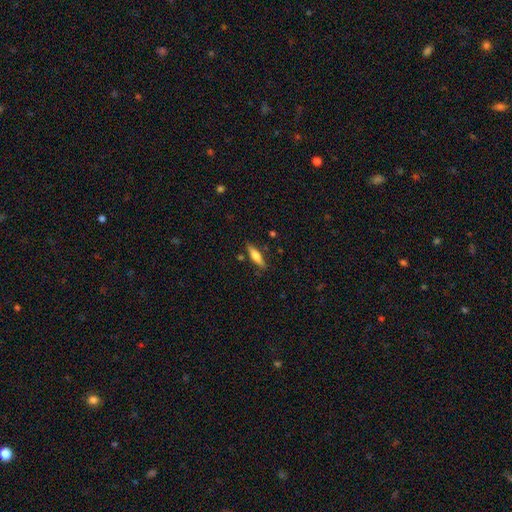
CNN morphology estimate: This appears to be a smooth galaxy with no disk features (57%) that is cigar-shaped (70%). Merging: none (83%).